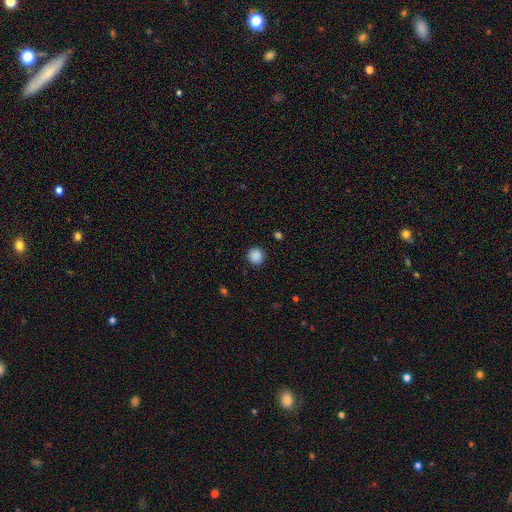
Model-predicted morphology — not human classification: Smooth or featured: smooth — 88% (star or artifact — 10%)
How rounded: round — 92% (in between — 7%)
Merging: none — 91% (minor disturbance — 6%)